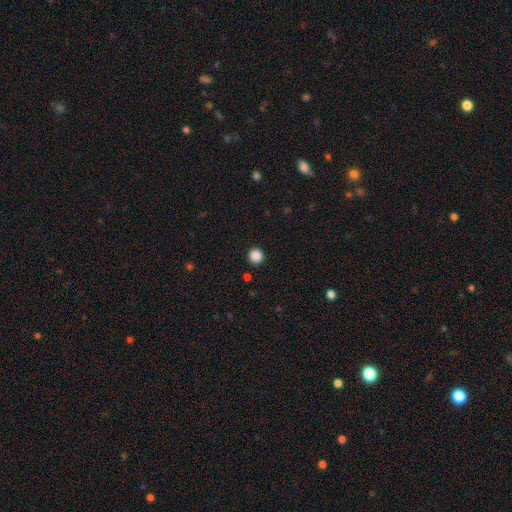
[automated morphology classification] Q: Smooth or featured?
A: smooth (87%); runner-up: star or artifact (10%)
Q: How rounded?
A: round (94%); runner-up: in between (5%)
Q: Merging?
A: none (91%); runner-up: minor disturbance (5%)